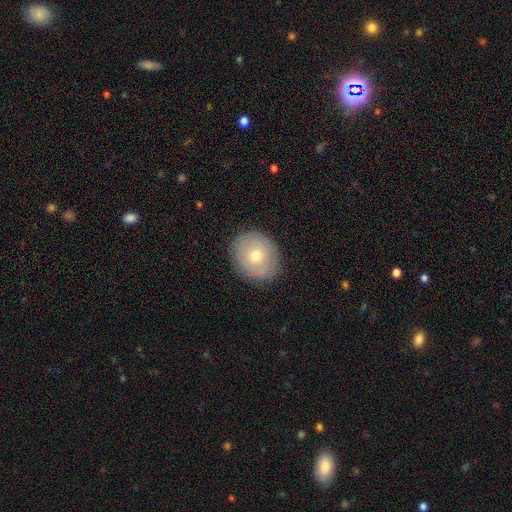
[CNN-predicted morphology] This appears to be a smooth galaxy with no disk features (67%) that is round (72%). Merging: none (87%).